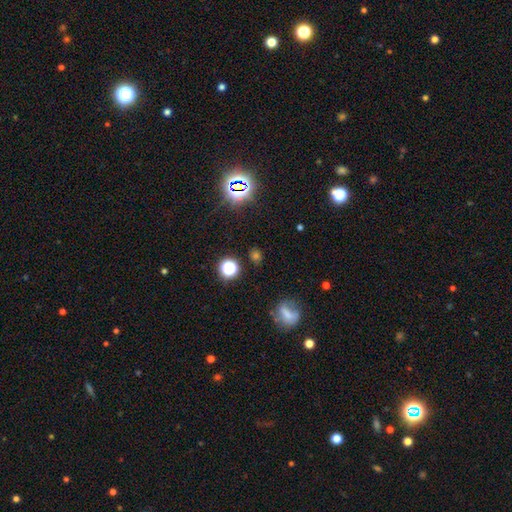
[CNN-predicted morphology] Smooth or featured? star or artifact (53%)